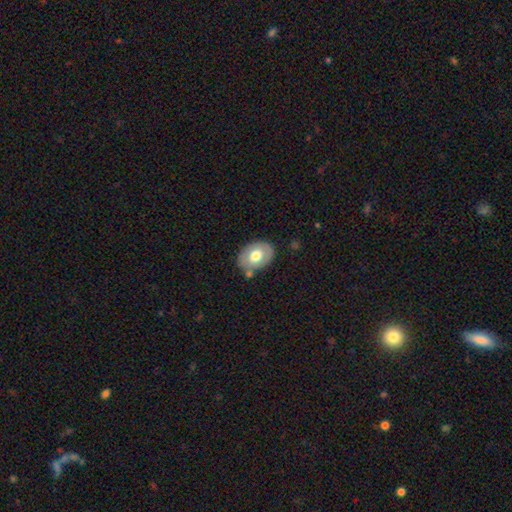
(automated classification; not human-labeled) smooth 63%, featured or disk 31%, star or artifact 6%. Down the decision tree: how rounded — in between (77%); merging — none (74%).